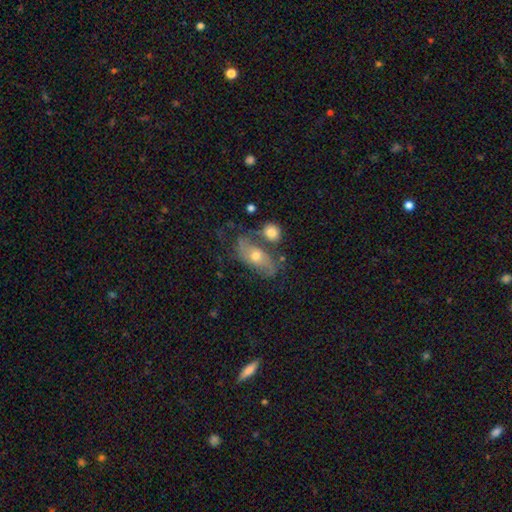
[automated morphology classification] featured or disk 56%, smooth 35%, star or artifact 8%. Down the decision tree: edge-on disk — no (88%); merging — none (47%).